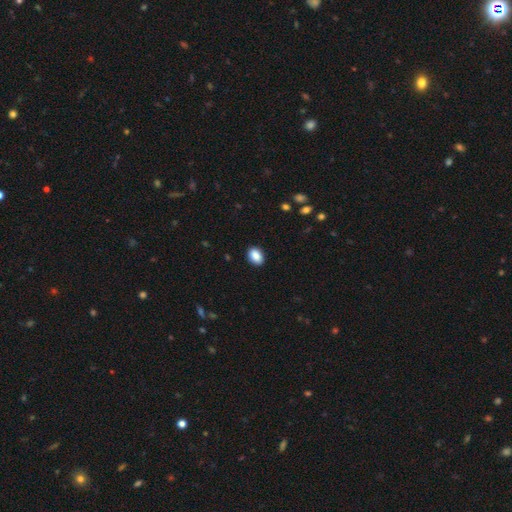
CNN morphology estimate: Overall: smooth (89%). How rounded: in between (84%). Merging: none (90%).